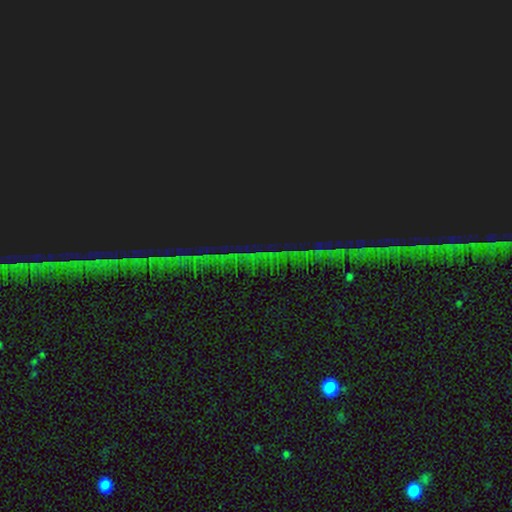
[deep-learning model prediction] Morphology: type=star or artifact (86%).